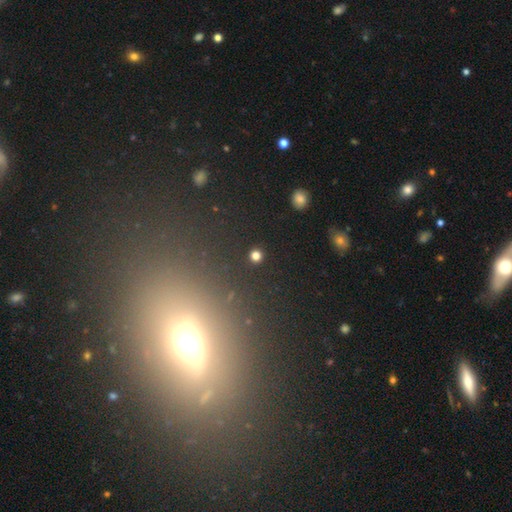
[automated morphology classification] Smooth or featured: smooth — 78% (star or artifact — 18%)
How rounded: round — 91% (in between — 8%)
Merging: none — 91% (minor disturbance — 5%)